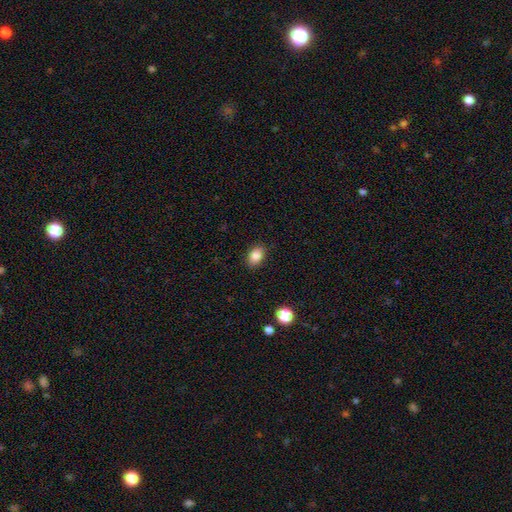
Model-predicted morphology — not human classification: This is clearly a smooth galaxy (85%). How rounded: clearly in between (81%). Merging: clearly none (88%).